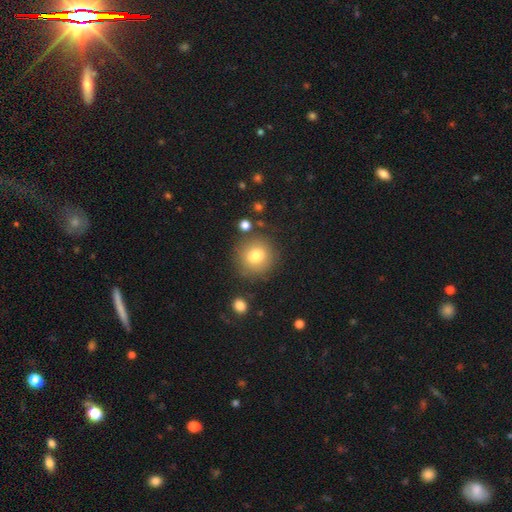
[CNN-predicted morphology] smooth 77%, featured or disk 12%, star or artifact 11%. Down the decision tree: how rounded — round (90%); merging — none (82%).